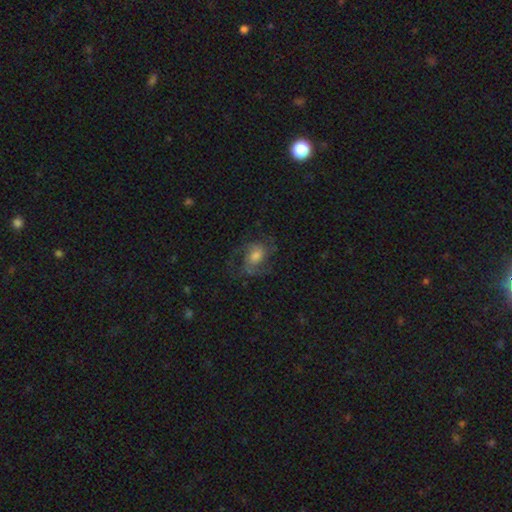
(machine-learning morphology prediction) Smooth or featured: featured or disk — 68% (smooth — 22%)
Edge-on disk: no — 97% (yes — 3%)
Bar: no — 55% (weak — 38%)
Spiral arms: yes — 91% (no — 9%)
Spiral winding: medium — 51% (tight — 24%)
Spiral arm count: 2 — 42% (3 — 23%)
Bulge size: moderate — 50% (small — 23%)
Merging: none — 60% (major disturbance — 20%)